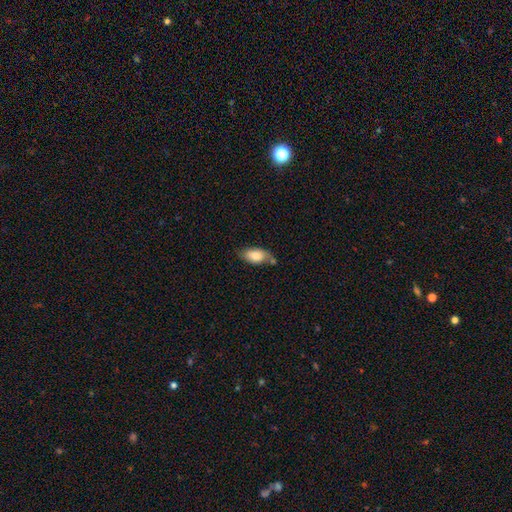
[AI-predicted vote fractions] This appears to be a smooth galaxy with no disk features (75%) that is in between round and cigar-shaped (91%). Merging: none (48%).